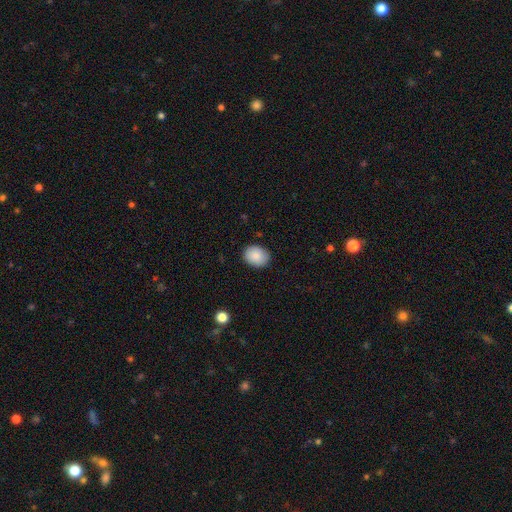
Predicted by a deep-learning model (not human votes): Q: Smooth or featured?
A: smooth (88%); runner-up: star or artifact (7%)
Q: How rounded?
A: in between (52%); runner-up: round (47%)
Q: Merging?
A: none (87%); runner-up: minor disturbance (10%)